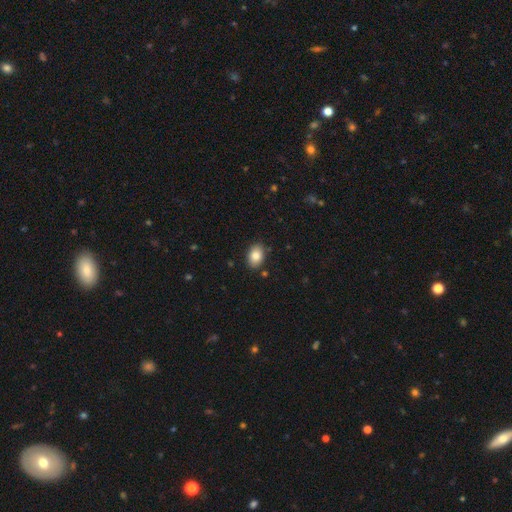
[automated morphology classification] Smooth or featured? smooth (84%)
How rounded? in between (82%)
Merging? none (87%)